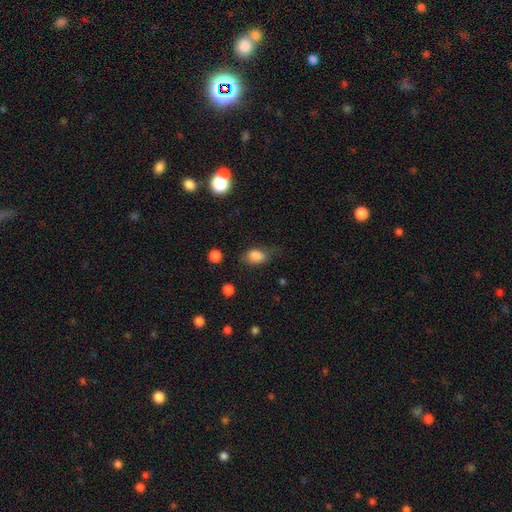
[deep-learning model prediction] Smooth or featured? smooth (84%)
How rounded? in between (80%)
Merging? none (59%)